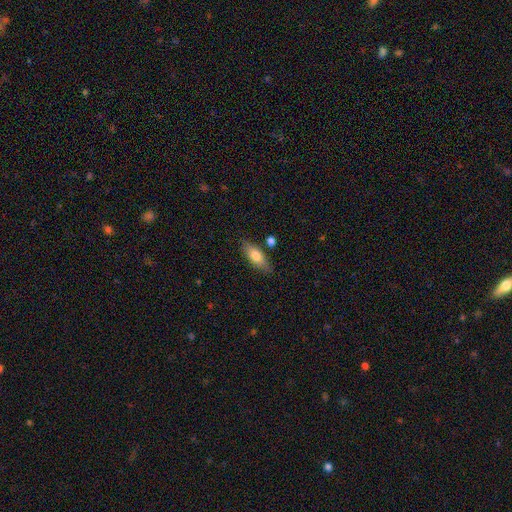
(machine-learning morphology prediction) Smooth or featured: smooth — 72% (featured or disk — 21%)
How rounded: in between — 68% (cigar-shaped — 29%)
Merging: none — 79% (minor disturbance — 13%)